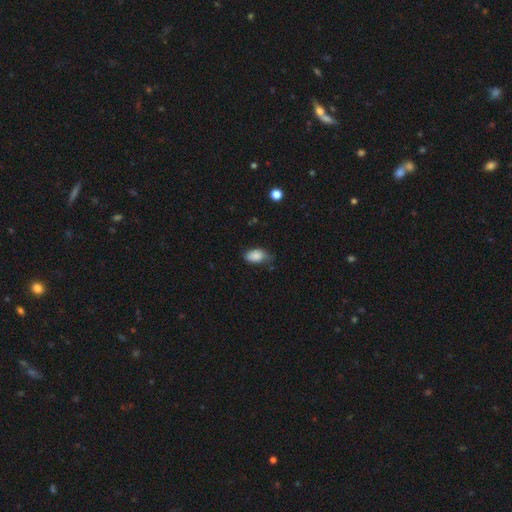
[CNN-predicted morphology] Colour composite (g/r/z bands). It shows a smooth galaxy with no disk features (85%) that is in between round and cigar-shaped (92%). Merging: none (58%).